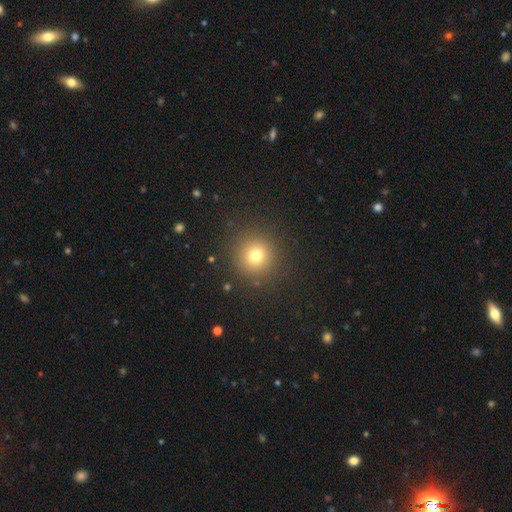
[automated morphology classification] This appears to be a smooth galaxy with no disk features (75%) that is round (94%). Merging: none (89%).